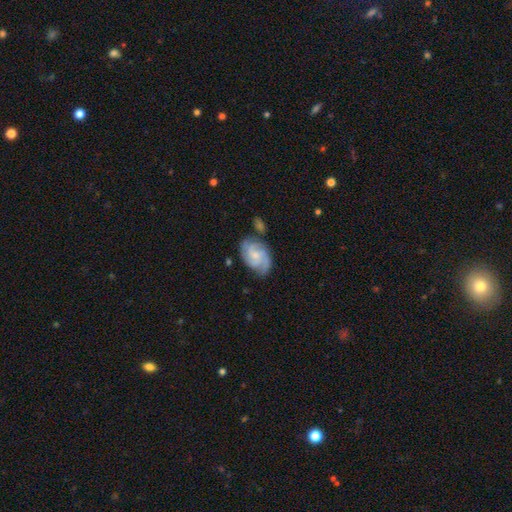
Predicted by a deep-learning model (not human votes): The model was most divided on "spiral winding": medium: 44%, tight: 43%, loose: 13%. Remaining: edge-on disk — no (97%); spiral arms — yes (95%); smooth or featured — featured or disk (74%); merging — none (68%); bar — no (58%); bulge size — small (51%); spiral arm count — 3 (40%).